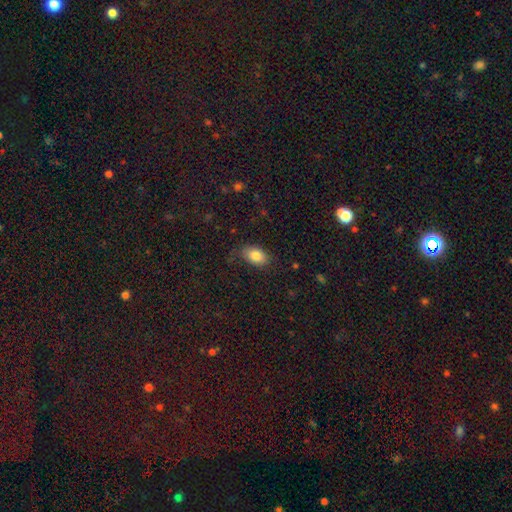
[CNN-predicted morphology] Smooth or featured? Predicted: smooth (p=0.84). How rounded? Predicted: in between (p=0.89). Merging? Predicted: none (p=0.77).